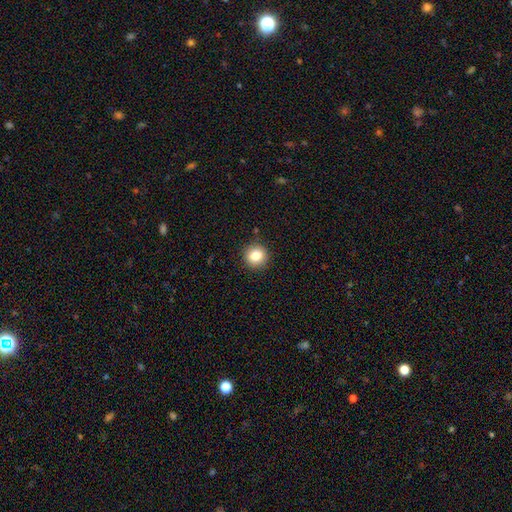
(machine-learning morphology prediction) smooth_or_featured: smooth (p=0.82) [alt: star or artifact p=0.10]
how_rounded: round (p=0.93) [alt: in between p=0.06]
merging: none (p=0.91) [alt: minor disturbance p=0.06]